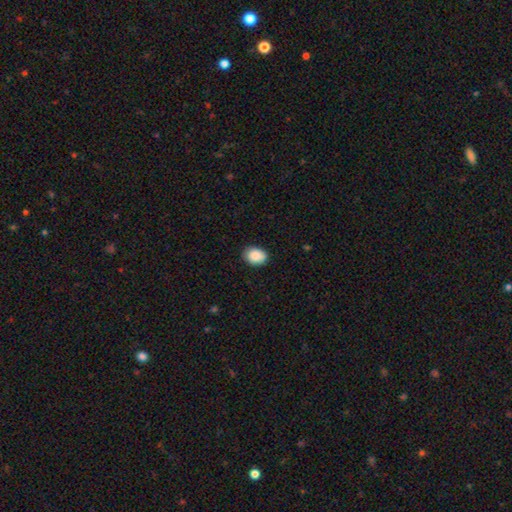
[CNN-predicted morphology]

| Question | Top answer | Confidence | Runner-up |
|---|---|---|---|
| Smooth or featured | smooth | 88% | star or artifact (7%) |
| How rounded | in between | 66% | round (33%) |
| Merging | none | 84% | minor disturbance (13%) |